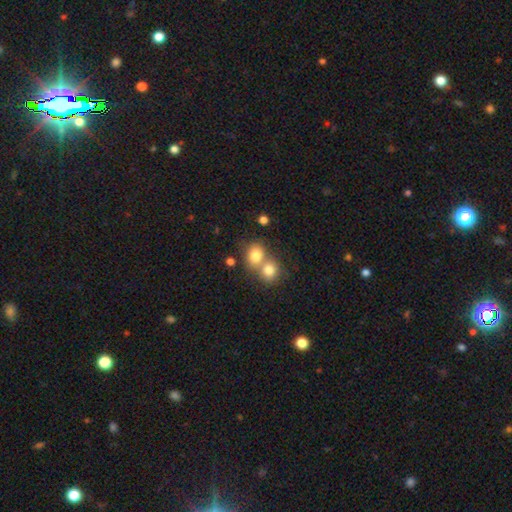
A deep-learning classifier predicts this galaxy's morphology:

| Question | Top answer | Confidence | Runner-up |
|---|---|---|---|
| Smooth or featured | smooth | 79% | star or artifact (11%) |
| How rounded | round | 68% | in between (31%) |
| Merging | merger | 57% | none (33%) |